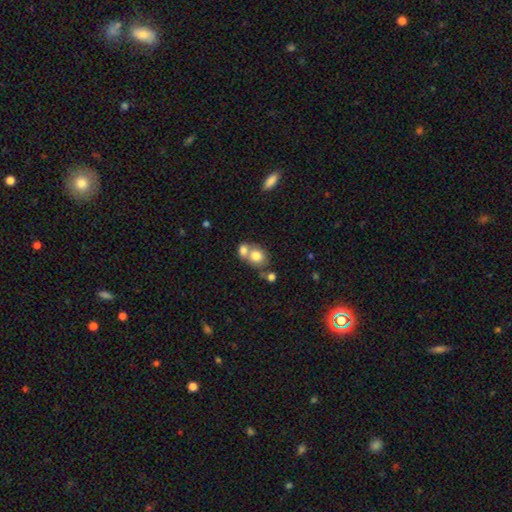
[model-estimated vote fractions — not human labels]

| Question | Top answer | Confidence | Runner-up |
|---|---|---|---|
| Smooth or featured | smooth | 77% | featured or disk (14%) |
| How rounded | round | 60% | in between (39%) |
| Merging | merger | 55% | none (33%) |